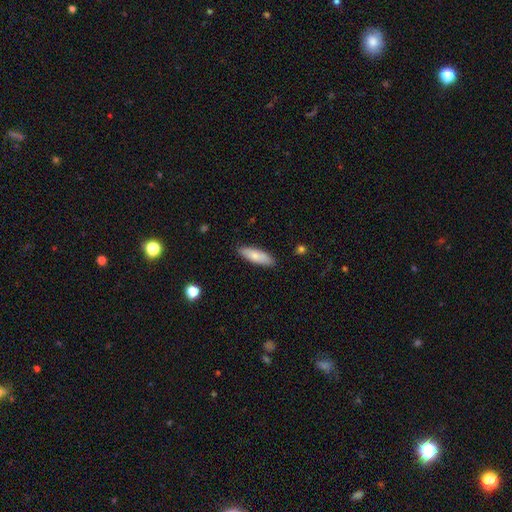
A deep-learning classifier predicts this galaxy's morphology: This appears to be a smooth galaxy with no disk features (77%) that is in between round and cigar-shaped (50%). Merging: none (87%).